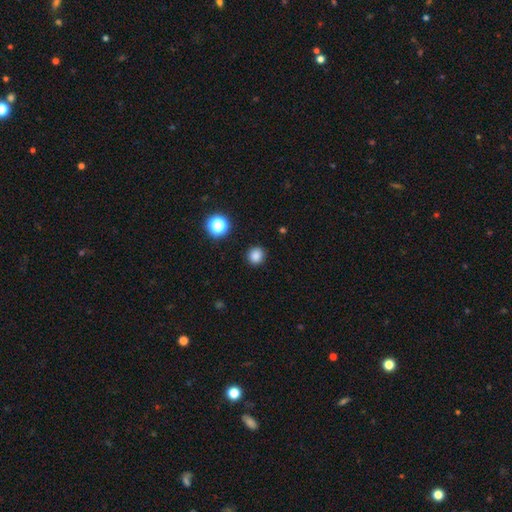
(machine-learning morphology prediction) This is clearly a smooth galaxy (83%). How rounded: clearly round (89%). Merging: clearly none (90%).